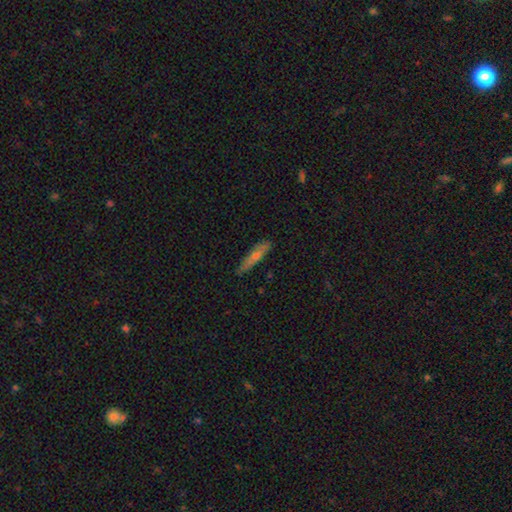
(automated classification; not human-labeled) This is possibly a smooth galaxy (51%). How rounded: clearly cigar-shaped (86%). Merging: clearly none (83%).